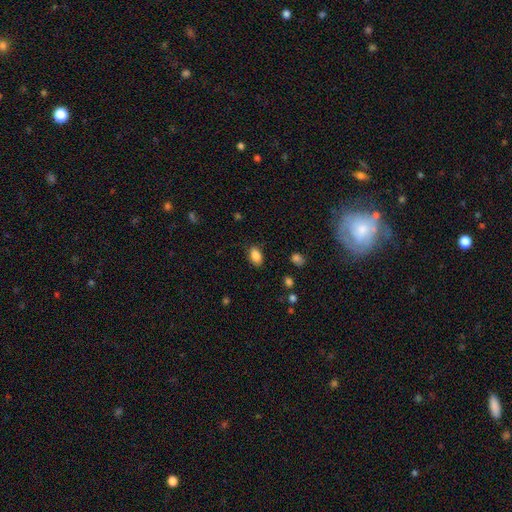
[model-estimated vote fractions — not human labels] A smooth galaxy with no disk features (86%) that is in between round and cigar-shaped (88%).

Vote fractions:
- Smooth or featured? smooth: 86% / star or artifact: 8% / featured or disk: 5%
- How rounded? in between: 88% / round: 11% / cigar-shaped: 2%
- Merging? none: 83% / minor disturbance: 12% / major disturbance: 3% / merger: 1%